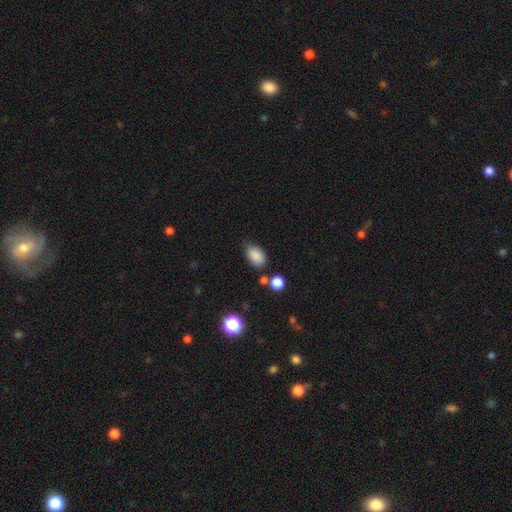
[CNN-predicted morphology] A smooth galaxy with no disk features (85%) that is in between round and cigar-shaped (87%). Merging: none (62%).